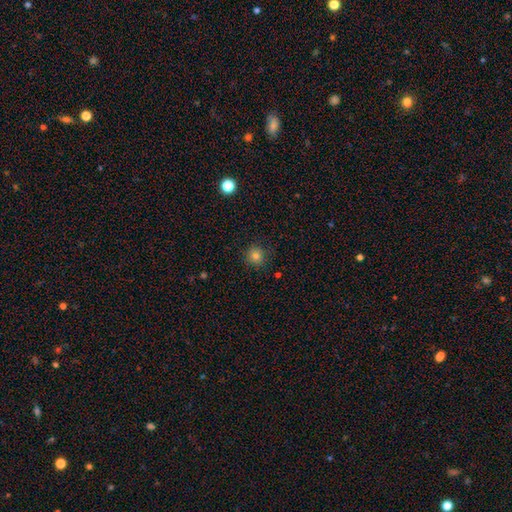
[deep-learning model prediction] Smooth or featured: smooth — 79% (star or artifact — 15%)
How rounded: round — 93% (in between — 6%)
Merging: none — 88% (minor disturbance — 8%)